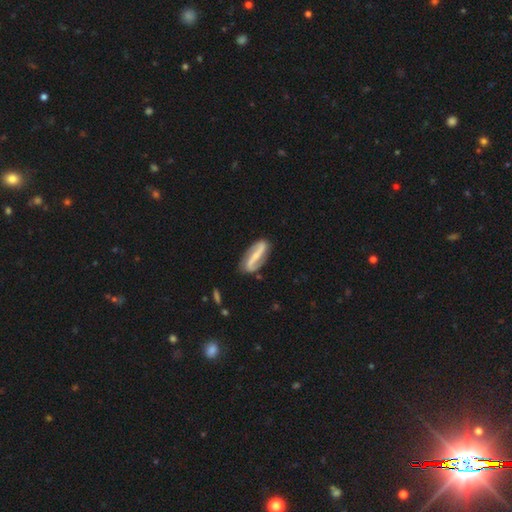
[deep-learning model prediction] Smooth or featured?
  - featured or disk: 78% *
  - smooth: 17%
  - star or artifact: 5%
Edge-on disk?
  - no: 89% *
  - yes: 11%
Bar?
  - strong: 65% *
  - weak: 21%
  - no: 14%
Spiral arms?
  - yes: 90% *
  - no: 10%
Spiral winding?
  - loose: 65% *
  - medium: 22%
  - tight: 13%
Spiral arm count?
  - 2: 91% *
  - can't tell: 4%
  - 1: 2%
  - 3: 1%
  - 4: 1%
  - more than 4: 1%
Bulge size?
  - small: 49% *
  - none: 28%
  - moderate: 19%
  - large: 3%
  - dominant: 1%
Merging?
  - none: 80% *
  - minor disturbance: 14%
  - major disturbance: 4%
  - merger: 2%